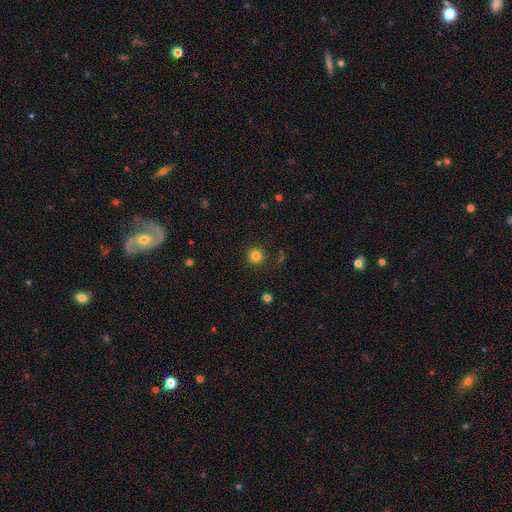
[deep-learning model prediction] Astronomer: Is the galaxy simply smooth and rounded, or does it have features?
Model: smooth — 82%.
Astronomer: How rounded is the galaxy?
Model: round — 95%.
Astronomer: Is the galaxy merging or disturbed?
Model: none — 91%.